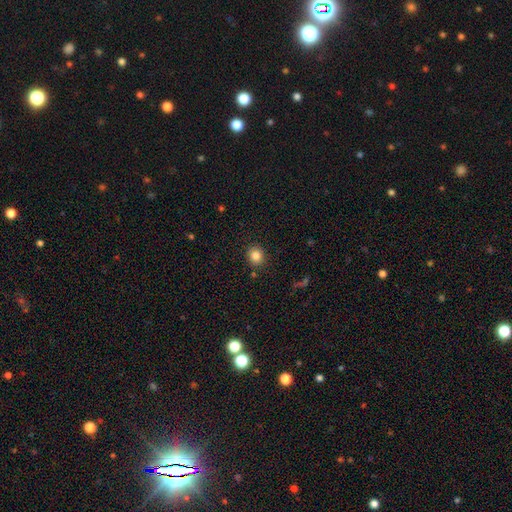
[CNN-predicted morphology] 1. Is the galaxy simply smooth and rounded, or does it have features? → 84% smooth, 11% star or artifact, 5% featured or disk.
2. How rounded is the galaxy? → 77% round, 22% in between, 1% cigar-shaped.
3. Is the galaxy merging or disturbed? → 88% none, 7% minor disturbance, 2% major disturbance, 2% merger.